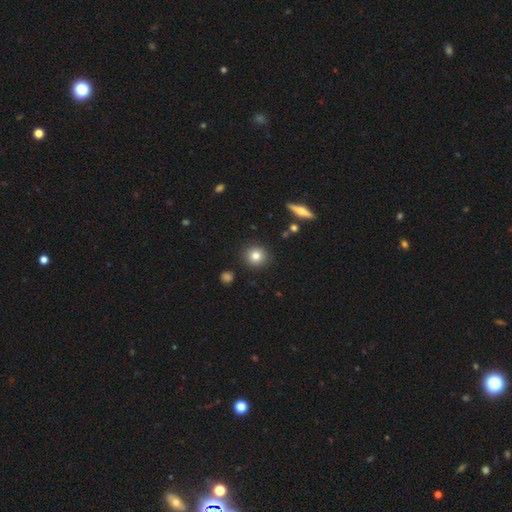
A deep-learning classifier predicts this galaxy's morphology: A smooth galaxy with no disk features (81%) that is round (91%).

Vote fractions:
- Smooth or featured? smooth: 81% / star or artifact: 10% / featured or disk: 9%
- How rounded? round: 91% / in between: 7% / cigar-shaped: 1%
- Merging? none: 90% / minor disturbance: 6% / merger: 2% / major disturbance: 2%